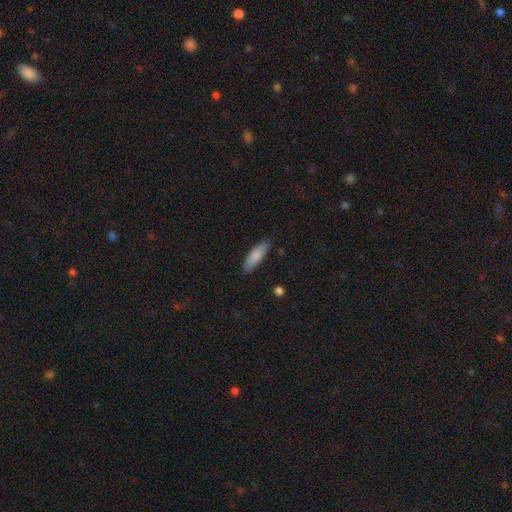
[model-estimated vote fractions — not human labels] Smooth or featured?
  - smooth: 82% *
  - featured or disk: 12%
  - star or artifact: 6%
How rounded?
  - cigar-shaped: 53% *
  - in between: 45%
  - round: 2%
Merging?
  - none: 85% *
  - minor disturbance: 12%
  - major disturbance: 2%
  - merger: 1%